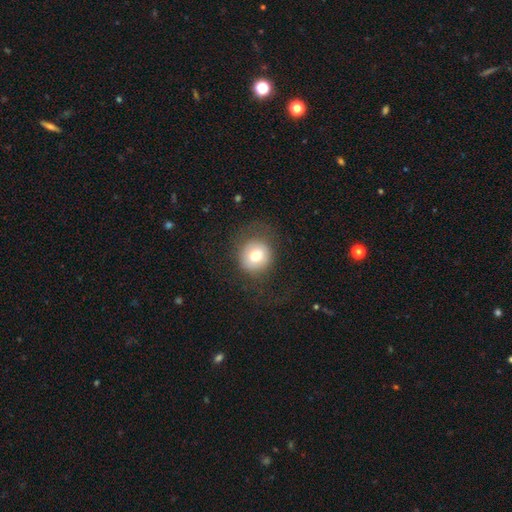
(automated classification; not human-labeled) This is likely a smooth galaxy (67%). How rounded: clearly round (86%). Merging: likely none (72%).